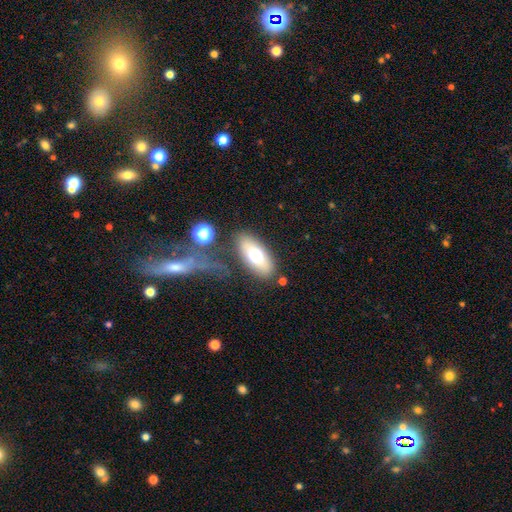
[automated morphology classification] A smooth galaxy with no disk features (67%) that is in between round and cigar-shaped (84%). Merging: none (73%).